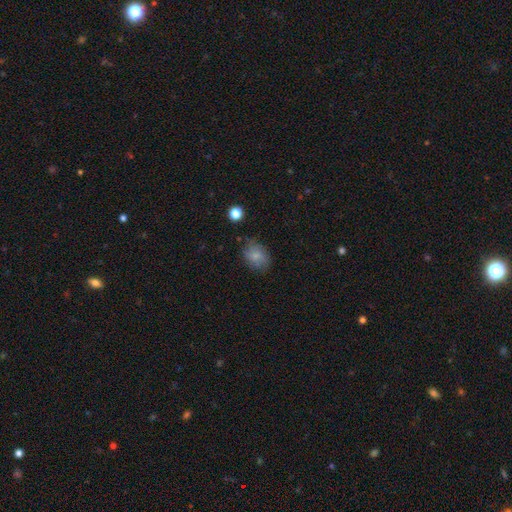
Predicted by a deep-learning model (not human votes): This is likely a smooth galaxy (73%). How rounded: likely in between (64%). Merging: likely none (73%).